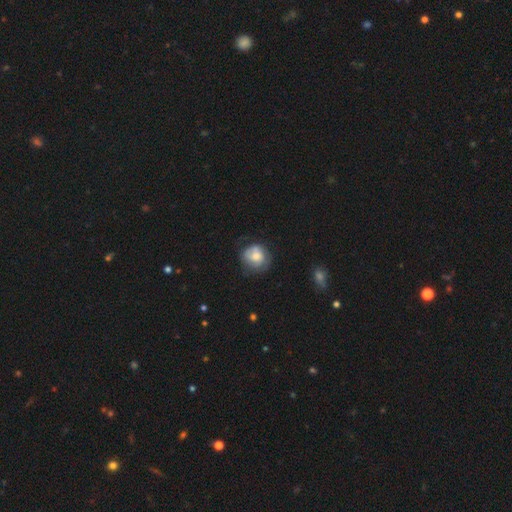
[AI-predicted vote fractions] This appears to be a smooth galaxy with no disk features (60%) that is round (79%). Merging: none (59%).